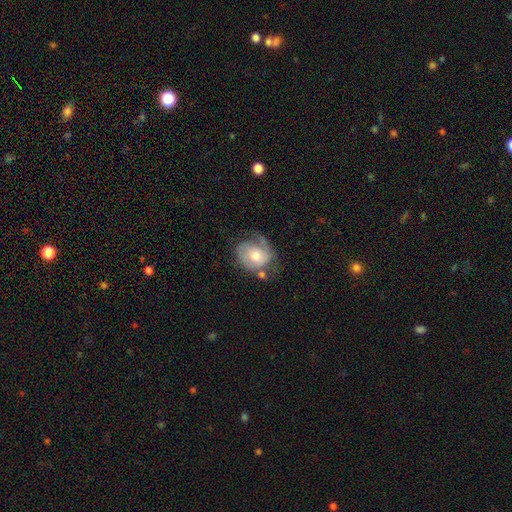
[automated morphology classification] smooth-or-featured: featured or disk: 64% | smooth: 29% | star or artifact: 7%
  disk-edge-on: no: 97% | yes: 3%
    bar: no: 71% | weak: 24% | strong: 5%
    has-spiral-arms: yes: 85% | no: 15%
      spiral-winding: tight: 42% | medium: 38% | loose: 20%
      spiral-arm-count: 2: 48% | 1: 28% | can't tell: 17% | 3: 4% | 4: 1% | more than 4: 1%
    bulge-size: moderate: 64% | small: 27% | large: 6% | none: 2% | dominant: 1%
  merging: none: 47% | minor disturbance: 26% | major disturbance: 20% | merger: 7%